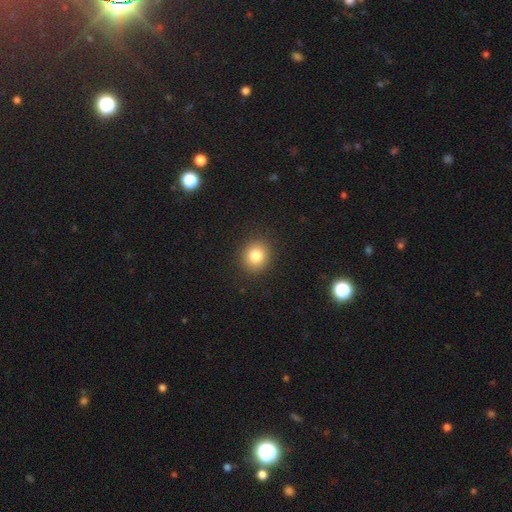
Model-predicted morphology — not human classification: The model was most divided on "how rounded": round: 79%, in between: 20%, cigar-shaped: 1%. More confident: merging — none (90%); smooth or featured — smooth (82%).